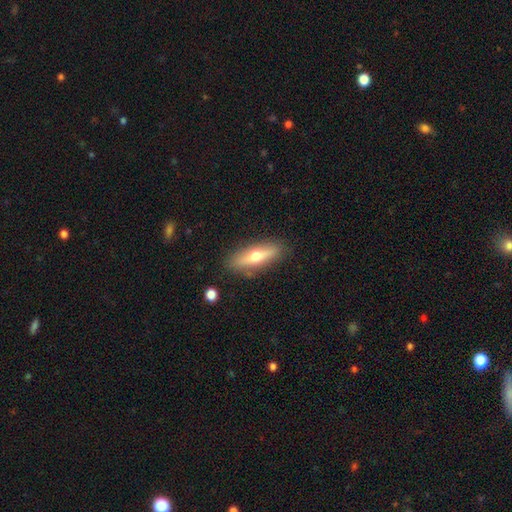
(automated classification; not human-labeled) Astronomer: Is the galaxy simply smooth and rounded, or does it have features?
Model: featured or disk — 49% (runner-up: smooth, 45%).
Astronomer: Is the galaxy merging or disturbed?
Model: none — 86%.